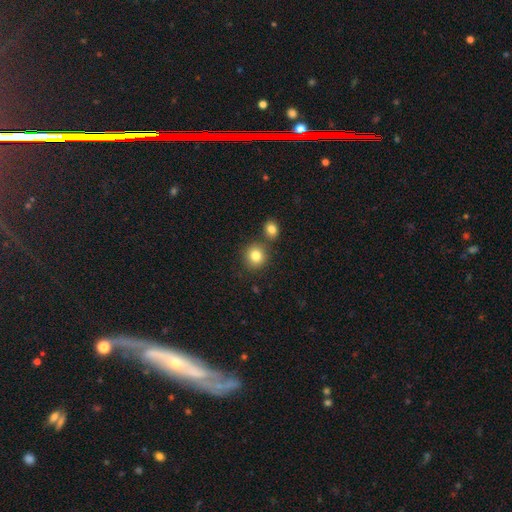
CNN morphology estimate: Smooth or featured? Predicted: smooth (p=0.83). How rounded? Predicted: round (p=0.88). Merging? Predicted: none (p=0.76).